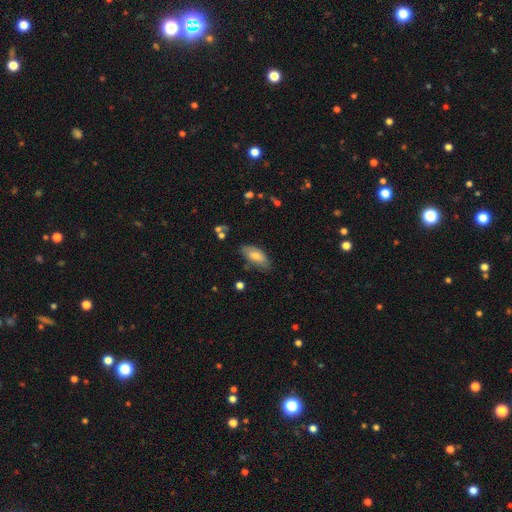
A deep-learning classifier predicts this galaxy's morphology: Smooth or featured?
  - smooth: 74% *
  - featured or disk: 19%
  - star or artifact: 7%
How rounded?
  - in between: 88% *
  - cigar-shaped: 9%
  - round: 3%
Merging?
  - none: 65% *
  - minor disturbance: 26%
  - major disturbance: 6%
  - merger: 3%